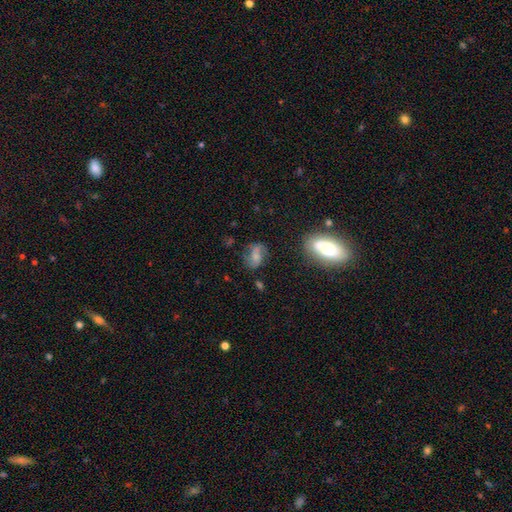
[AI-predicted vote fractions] featured or disk 45%, smooth 43%, star or artifact 13%. Down the decision tree: merging — none (59%).